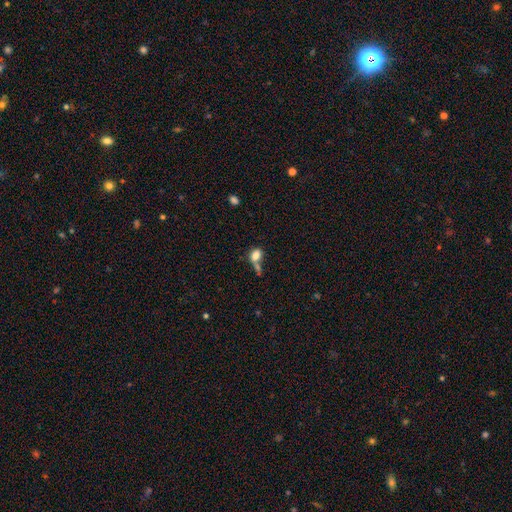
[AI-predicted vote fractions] A smooth galaxy with no disk features (78%) that is in between round and cigar-shaped (76%). Merging: merger (43%).